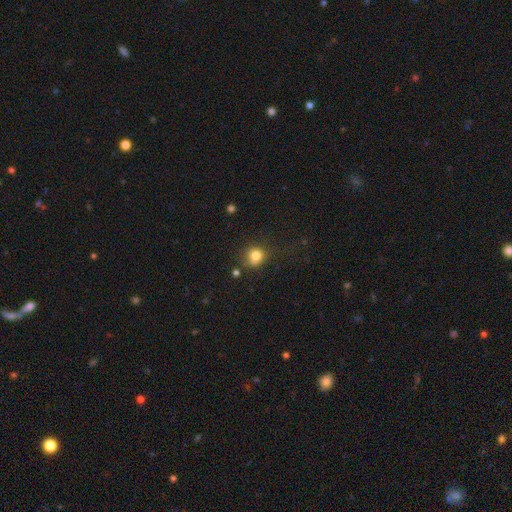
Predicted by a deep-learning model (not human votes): The model was most divided on "merging": none: 64%, minor disturbance: 21%, major disturbance: 8%, merger: 7%. More confident: how rounded — round (80%); smooth or featured — smooth (80%).